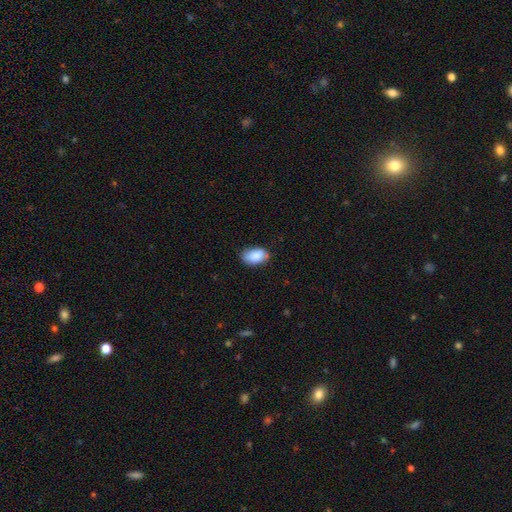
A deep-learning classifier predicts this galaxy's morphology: Smooth or featured: smooth — 88% (star or artifact — 6%)
How rounded: in between — 92% (round — 7%)
Merging: none — 77% (minor disturbance — 18%)